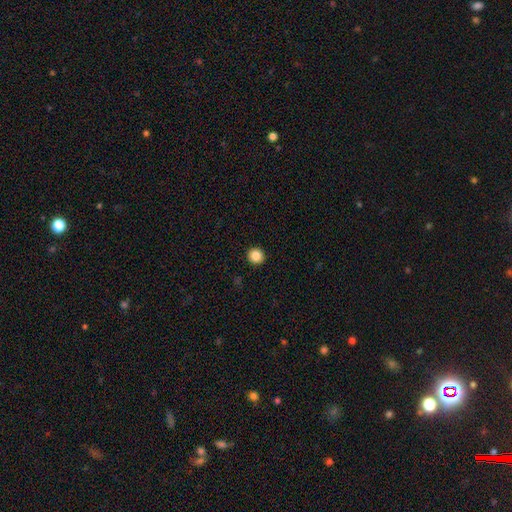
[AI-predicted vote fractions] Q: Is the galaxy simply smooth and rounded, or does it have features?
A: smooth — 86%.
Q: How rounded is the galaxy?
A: round — 92%.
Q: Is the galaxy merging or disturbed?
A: none — 94%.